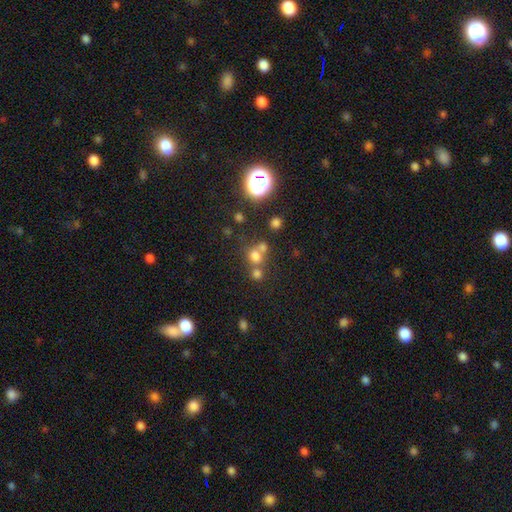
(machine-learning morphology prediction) A smooth galaxy with no disk features (64%) that is round (76%).

Vote fractions:
- Smooth or featured? smooth: 64% / star or artifact: 24% / featured or disk: 12%
- How rounded? round: 76% / in between: 22% / cigar-shaped: 1%
- Merging? none: 47% / merger: 39% / minor disturbance: 8% / major disturbance: 5%